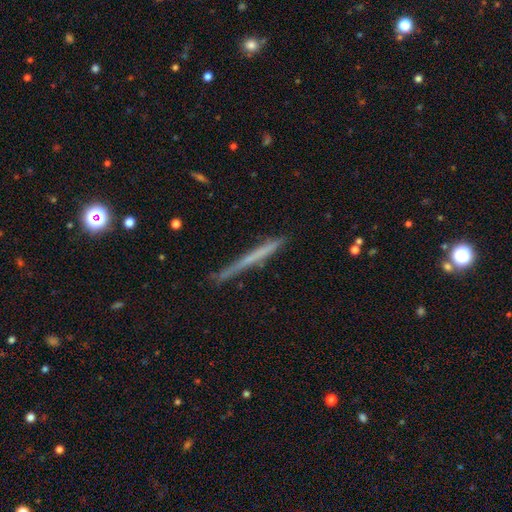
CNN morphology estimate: Q: Smooth or featured?
A: featured or disk (47%); runner-up: smooth (46%)
Q: Merging?
A: none (81%); runner-up: minor disturbance (15%)